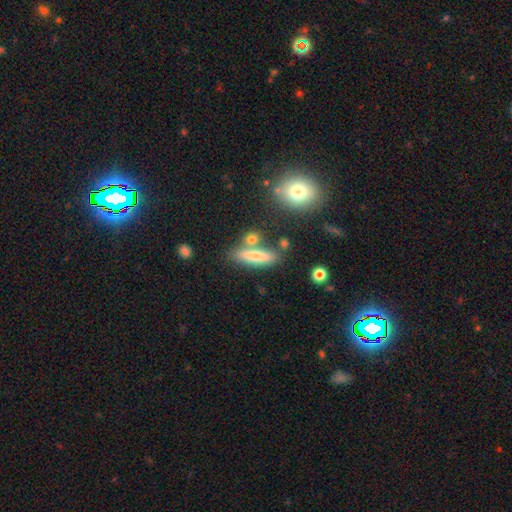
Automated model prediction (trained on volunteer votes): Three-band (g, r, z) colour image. It shows a smooth galaxy with no disk features (74%) that is cigar-shaped (67%). Merging: none (66%).